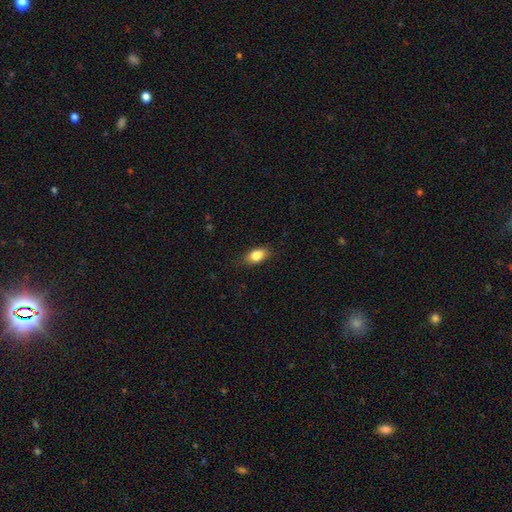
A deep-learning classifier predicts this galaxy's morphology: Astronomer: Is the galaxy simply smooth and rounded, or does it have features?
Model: smooth — 84%.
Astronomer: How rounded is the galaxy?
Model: in between — 87%.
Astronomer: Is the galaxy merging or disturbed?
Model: none — 81%.